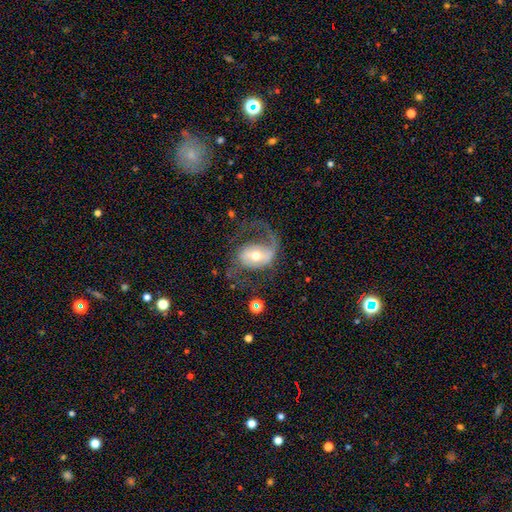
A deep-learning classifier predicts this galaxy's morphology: smooth_or_featured: featured or disk (p=0.80) [alt: smooth p=0.14]
disk_edge_on: no (p=0.97) [alt: yes p=0.03]
bar: weak (p=0.39) [alt: no p=0.32]
has_spiral_arms: yes (p=0.91) [alt: no p=0.09]
spiral_winding: loose (p=0.48) [alt: medium p=0.42]
spiral_arm_count: 2 (p=0.66) [alt: 1 p=0.27]
bulge_size: moderate (p=0.60) [alt: small p=0.31]
merging: none (p=0.49) [alt: major disturbance p=0.31]